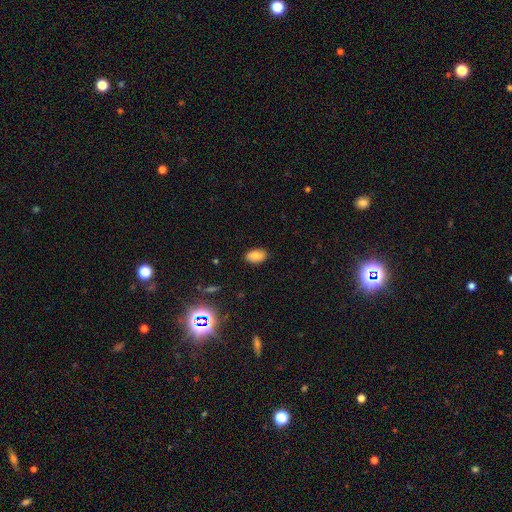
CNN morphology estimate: Overall: smooth (83%). How rounded: in between (91%). Merging: none (87%).